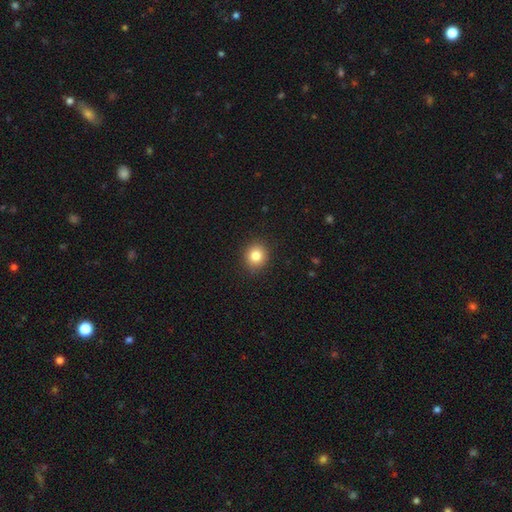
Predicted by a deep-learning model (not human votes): A smooth galaxy with no disk features (83%) that is round (81%). Merging: none (90%).